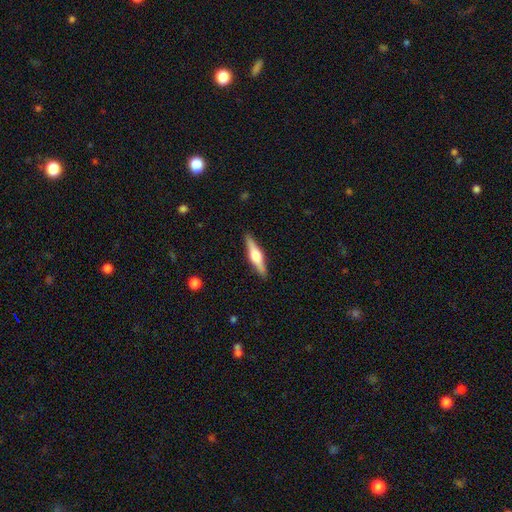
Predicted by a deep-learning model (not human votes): This appears to be a featured or disk galaxy (63%) viewed edge-on (96%) with a rounded central bulge (90%). Merging: none (90%).